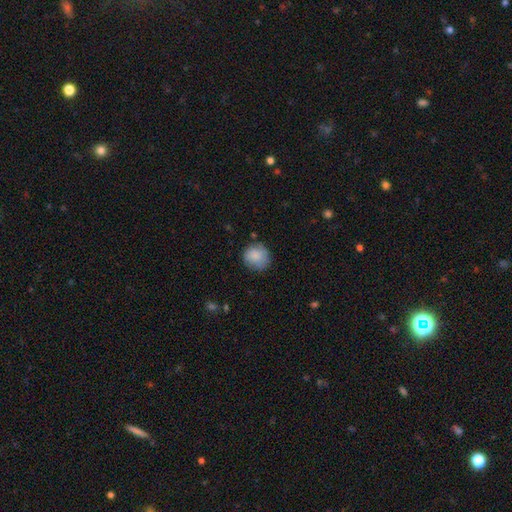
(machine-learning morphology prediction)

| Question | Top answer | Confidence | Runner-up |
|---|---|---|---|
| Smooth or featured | smooth | 84% | featured or disk (8%) |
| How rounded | round | 87% | in between (12%) |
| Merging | none | 74% | minor disturbance (20%) |